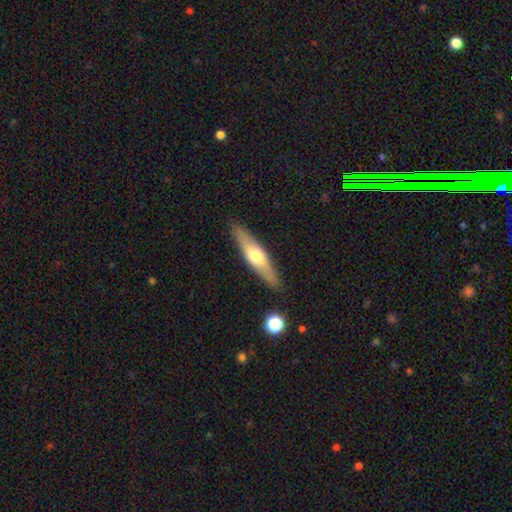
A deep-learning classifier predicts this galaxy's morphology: type=featured or disk (49%); merging=none (88%).